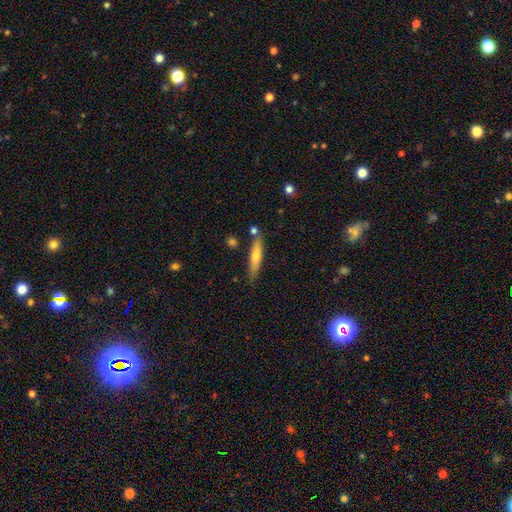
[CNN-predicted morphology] This appears to be a smooth galaxy with no disk features (62%) that is cigar-shaped (86%). Merging: none (77%).